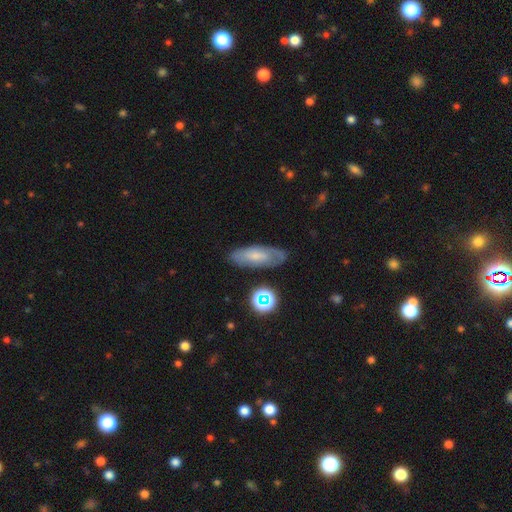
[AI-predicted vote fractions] smooth 50%, featured or disk 39%, star or artifact 11%. Down the decision tree: how rounded — in between (68%); merging — none (74%).